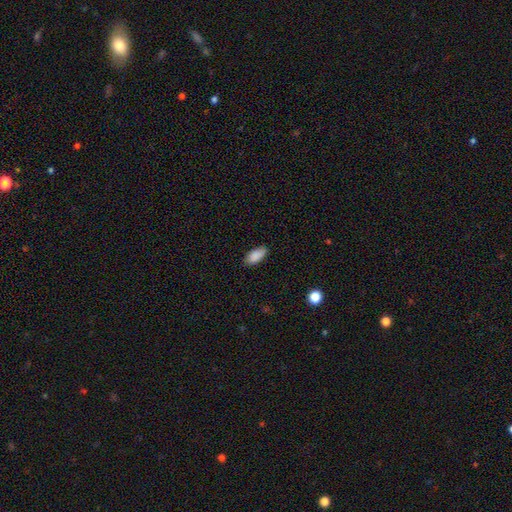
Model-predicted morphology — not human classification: This appears to be a smooth galaxy with no disk features (89%) that is in between round and cigar-shaped (89%). Merging: none (84%).